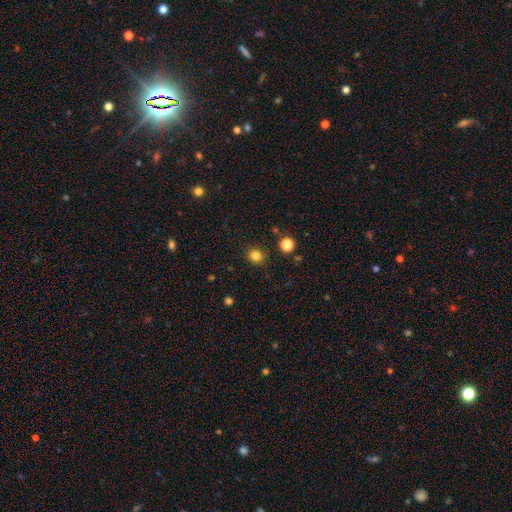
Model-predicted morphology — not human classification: smooth 82%, star or artifact 13%, featured or disk 5%. Down the decision tree: how rounded — round (83%); merging — none (90%).